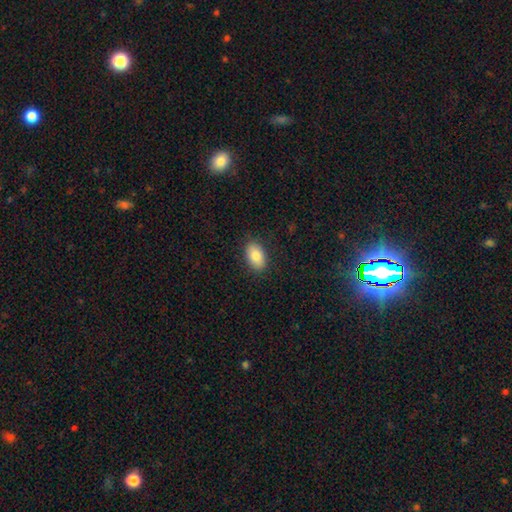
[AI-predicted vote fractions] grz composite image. It shows a smooth galaxy with no disk features (84%) that is in between round and cigar-shaped (92%). Merging: none (87%).